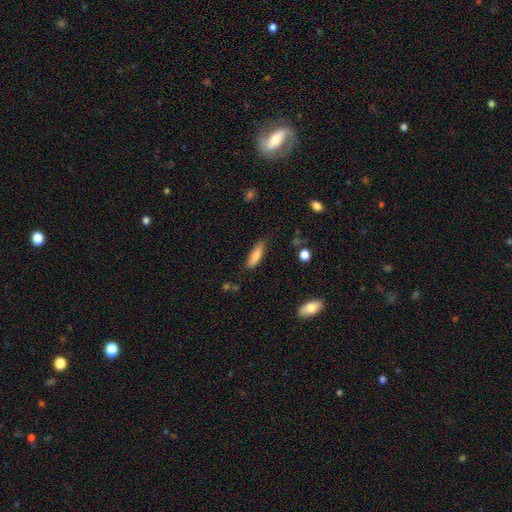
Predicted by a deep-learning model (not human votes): Morphology: type=smooth (82%); roundness=cigar-shaped (58%); merging=none (78%).